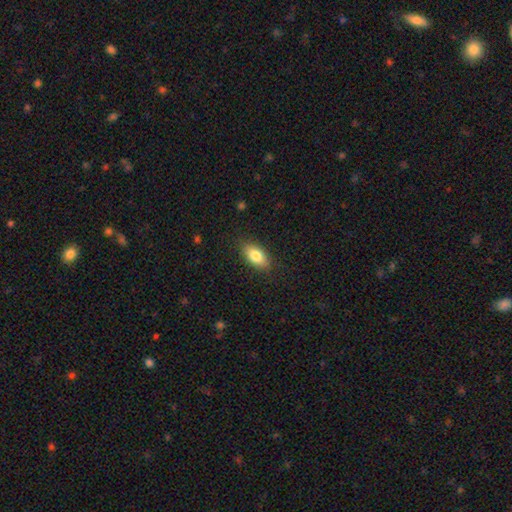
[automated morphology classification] Smooth or featured?
  - smooth: 82% *
  - featured or disk: 11%
  - star or artifact: 7%
How rounded?
  - in between: 89% *
  - cigar-shaped: 6%
  - round: 4%
Merging?
  - none: 85% *
  - minor disturbance: 11%
  - major disturbance: 3%
  - merger: 1%